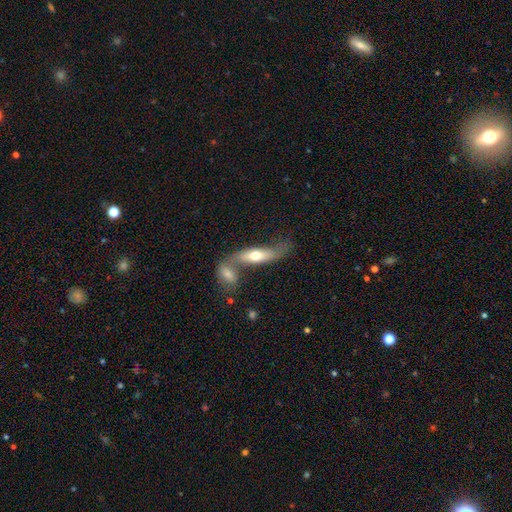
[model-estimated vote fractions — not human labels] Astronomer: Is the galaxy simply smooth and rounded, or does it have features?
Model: smooth — 52% (runner-up: featured or disk, 42%).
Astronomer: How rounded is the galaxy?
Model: cigar-shaped — 50% (runner-up: in between, 47%).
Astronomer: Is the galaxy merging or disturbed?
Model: merger — 49% (runner-up: none, 29%).